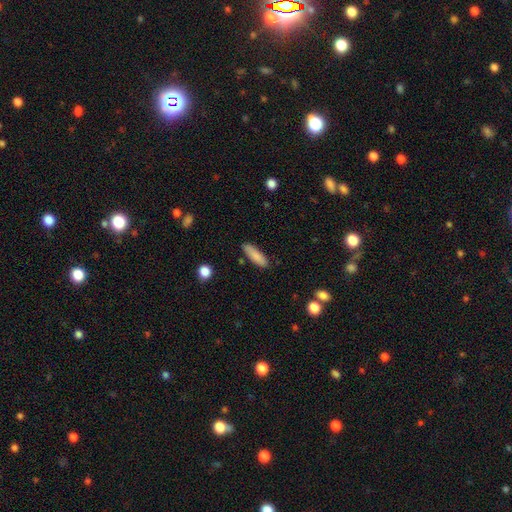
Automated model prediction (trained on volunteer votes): Morphology: type=smooth (85%); roundness=cigar-shaped (53%); merging=none (84%).